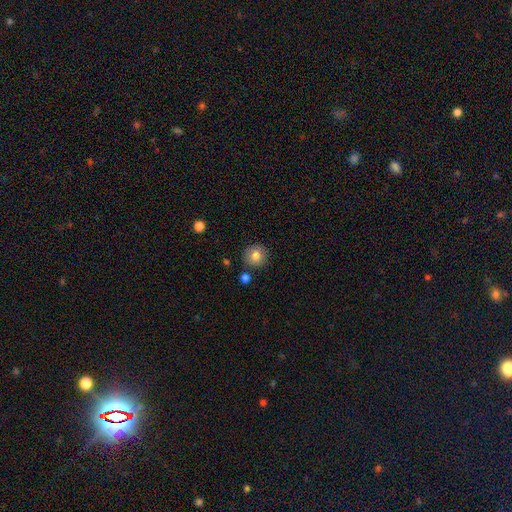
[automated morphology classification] Smooth or featured?
  - smooth: 81% *
  - featured or disk: 10%
  - star or artifact: 10%
How rounded?
  - round: 93% *
  - in between: 6%
  - cigar-shaped: 1%
Merging?
  - none: 86% *
  - minor disturbance: 8%
  - merger: 4%
  - major disturbance: 2%